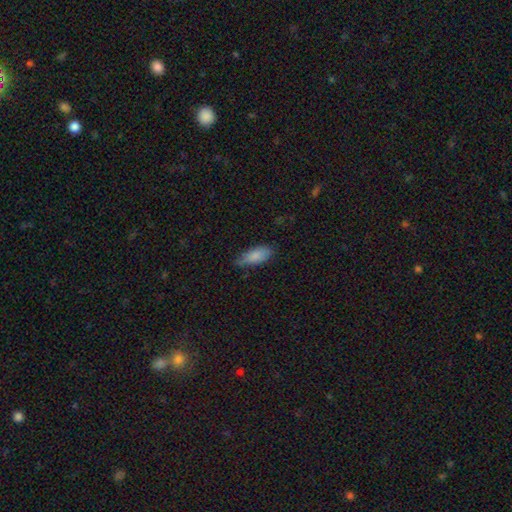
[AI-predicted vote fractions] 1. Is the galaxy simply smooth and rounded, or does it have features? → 85% smooth, 9% featured or disk, 6% star or artifact.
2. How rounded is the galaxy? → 81% in between, 17% cigar-shaped, 2% round.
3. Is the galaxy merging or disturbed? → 68% none, 27% minor disturbance, 4% major disturbance, 1% merger.